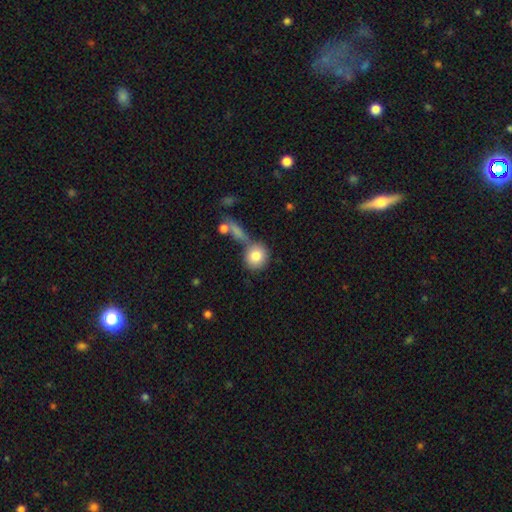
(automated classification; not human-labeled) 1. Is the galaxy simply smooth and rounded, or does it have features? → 81% smooth, 11% featured or disk, 8% star or artifact.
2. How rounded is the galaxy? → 85% round, 13% in between, 2% cigar-shaped.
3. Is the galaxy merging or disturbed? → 55% none, 26% merger, 12% minor disturbance, 6% major disturbance.